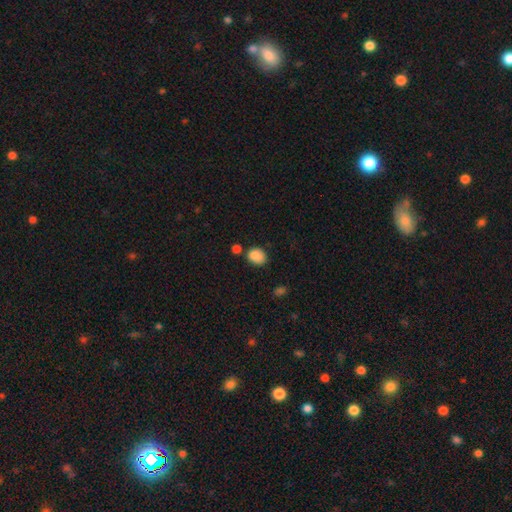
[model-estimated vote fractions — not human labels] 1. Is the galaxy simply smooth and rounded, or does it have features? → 87% smooth, 9% star or artifact, 4% featured or disk.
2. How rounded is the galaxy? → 56% in between, 43% round, 1% cigar-shaped.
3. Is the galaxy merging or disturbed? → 68% none, 17% minor disturbance, 11% merger, 4% major disturbance.